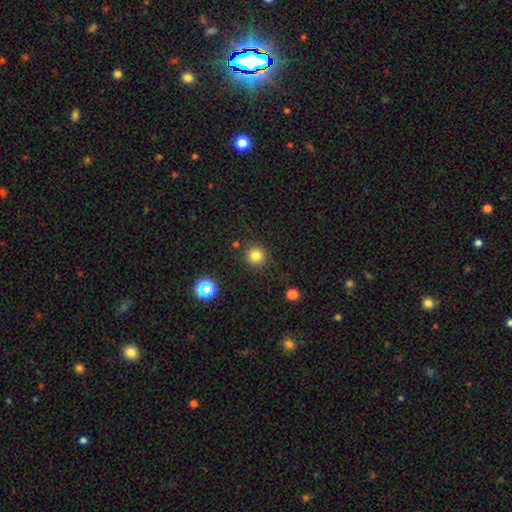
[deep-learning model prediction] smooth_or_featured: smooth (p=0.79) [alt: star or artifact p=0.14]
how_rounded: round (p=0.94) [alt: in between p=0.05]
merging: none (p=0.88) [alt: minor disturbance p=0.07]